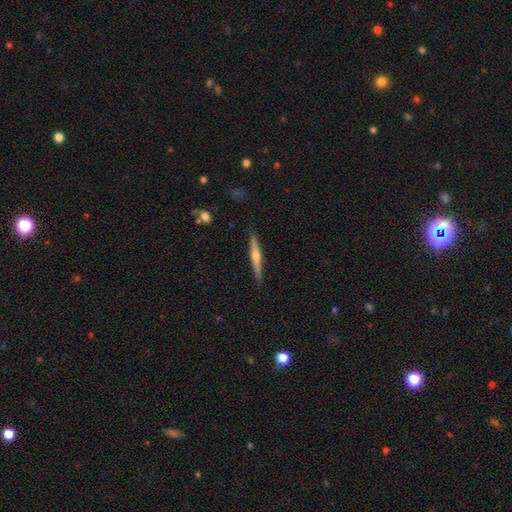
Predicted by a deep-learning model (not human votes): Overall: featured or disk (65%; smooth 29%). Edge-on disk: yes (97%). Edge-on bulge: rounded (87%). Merging: none (90%).